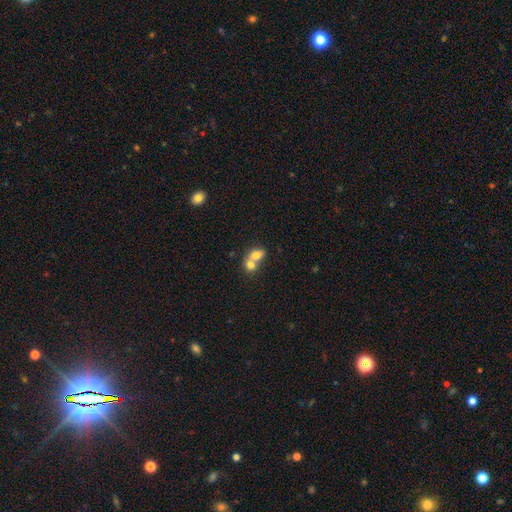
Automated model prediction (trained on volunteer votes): Smooth or featured: smooth — 73% (featured or disk — 17%)
How rounded: in between — 61% (round — 37%)
Merging: merger — 70% (none — 21%)